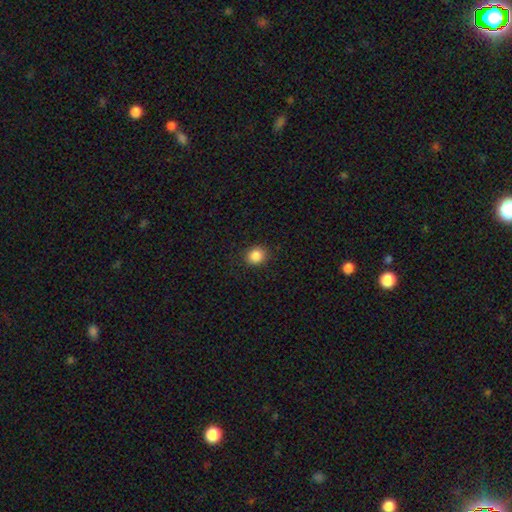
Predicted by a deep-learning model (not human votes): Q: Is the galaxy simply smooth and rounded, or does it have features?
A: smooth — 87%.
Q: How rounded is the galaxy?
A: round — 82%.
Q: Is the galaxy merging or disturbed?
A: none — 88%.